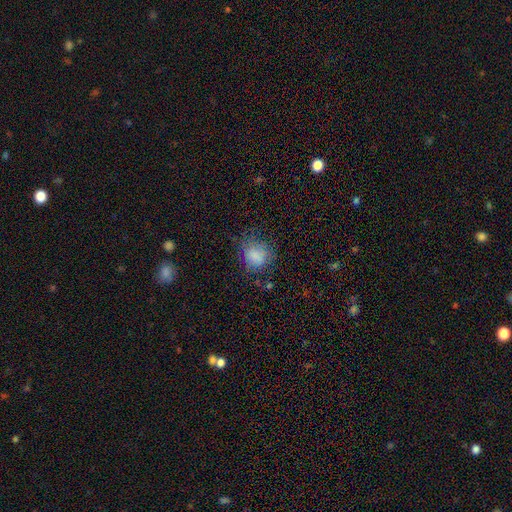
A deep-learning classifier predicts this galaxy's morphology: smooth_or_featured: smooth (p=0.74) [alt: featured or disk p=0.13]
how_rounded: round (p=0.61) [alt: in between p=0.38]
merging: none (p=0.59) [alt: minor disturbance p=0.23]